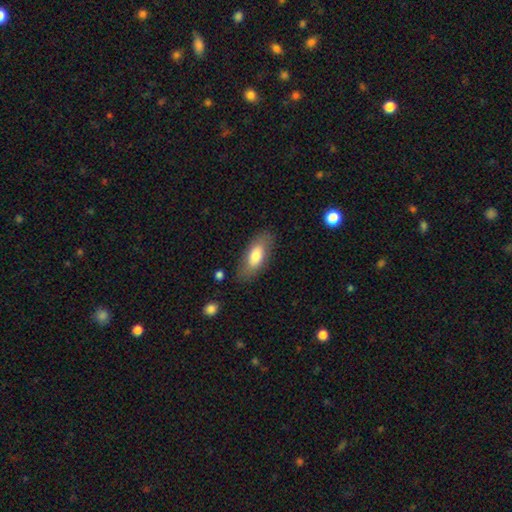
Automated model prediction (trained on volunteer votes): A smooth galaxy with no disk features (74%) that is in between round and cigar-shaped (82%). Merging: none (79%).